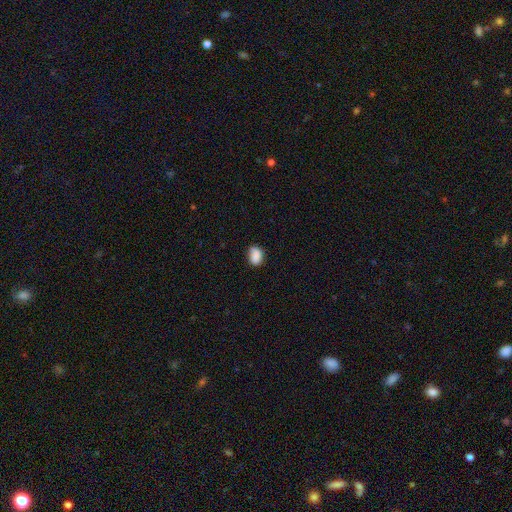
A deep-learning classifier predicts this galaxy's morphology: This is clearly a smooth galaxy (82%). How rounded: likely in between (71%). Merging: likely none (68%).